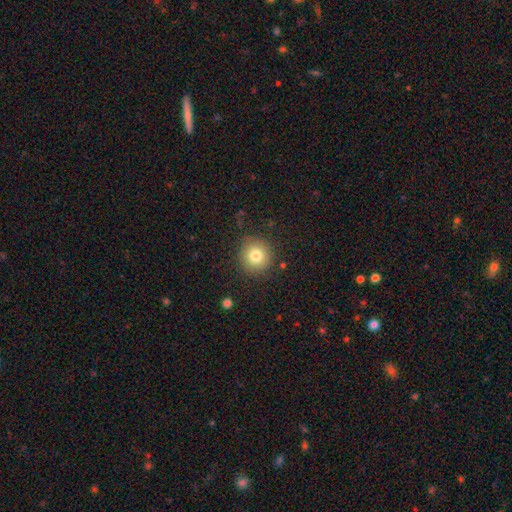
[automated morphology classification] smooth 79%, star or artifact 12%, featured or disk 9%. Down the decision tree: how rounded — round (93%); merging — none (87%).